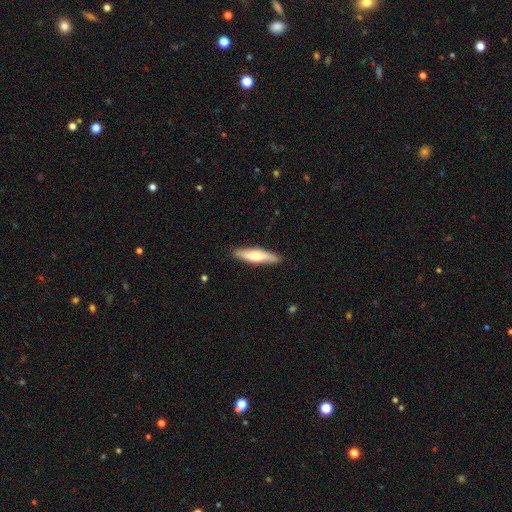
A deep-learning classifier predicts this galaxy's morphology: smooth 58%, featured or disk 37%, star or artifact 5%. Down the decision tree: how rounded — cigar-shaped (77%); merging — none (86%).